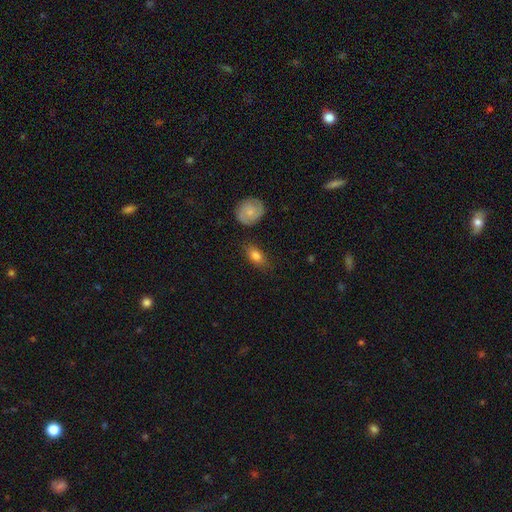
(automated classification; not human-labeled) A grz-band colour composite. It shows a smooth galaxy with no disk features (77%) that is in between round and cigar-shaped (82%). Merging: none (76%).